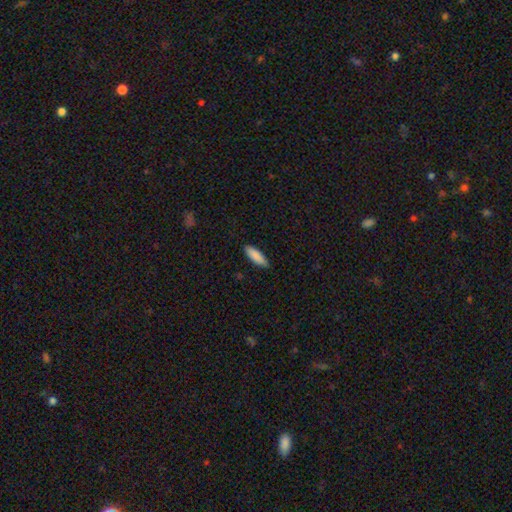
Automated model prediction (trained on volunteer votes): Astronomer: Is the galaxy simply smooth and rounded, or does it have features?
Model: smooth — 89%.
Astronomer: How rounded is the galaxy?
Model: in between — 53% (runner-up: cigar-shaped, 45%).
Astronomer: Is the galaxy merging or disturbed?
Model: none — 86%.